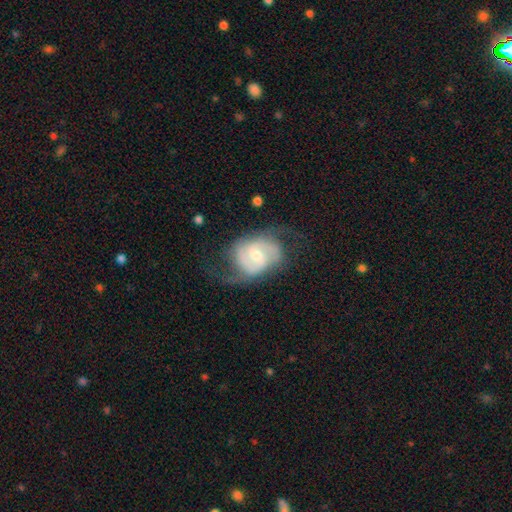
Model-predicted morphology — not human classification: Q: Smooth or featured?
A: featured or disk (79%); runner-up: smooth (16%)
Q: Edge-on disk?
A: no (97%); runner-up: yes (3%)
Q: Bar?
A: weak (47%); runner-up: no (41%)
Q: Spiral arms?
A: yes (92%); runner-up: no (8%)
Q: Spiral winding?
A: medium (47%); runner-up: tight (29%)
Q: Spiral arm count?
A: 2 (68%); runner-up: can't tell (14%)
Q: Bulge size?
A: moderate (52%); runner-up: small (42%)
Q: Merging?
A: none (52%); runner-up: minor disturbance (24%)